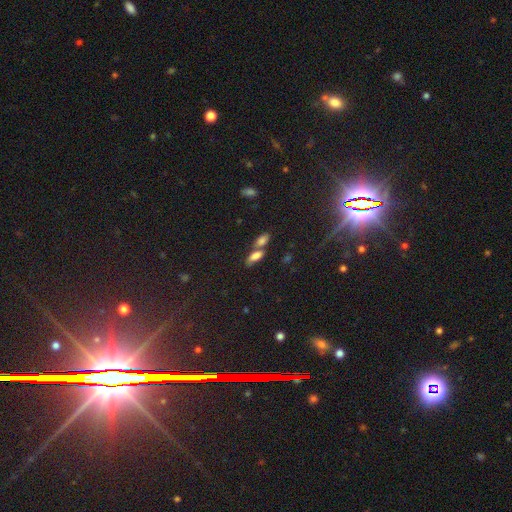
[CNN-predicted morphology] Overall: smooth (73%). How rounded: in between (76%). Merging: merger (49%; none 36%).